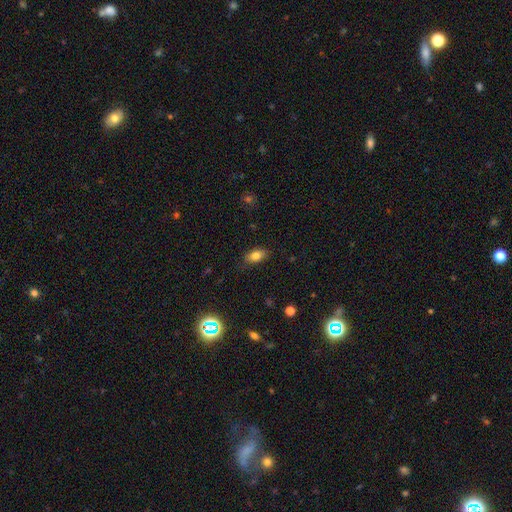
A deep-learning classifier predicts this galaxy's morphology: Smooth or featured: smooth — 80% (featured or disk — 11%)
How rounded: in between — 87% (round — 8%)
Merging: none — 83% (minor disturbance — 13%)